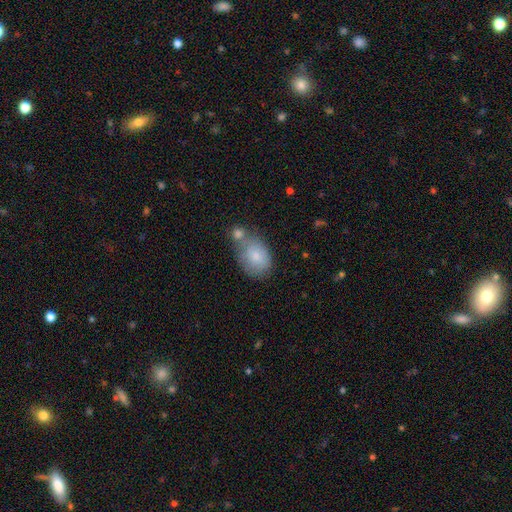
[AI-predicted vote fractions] Smooth or featured? Predicted: smooth (p=0.78). How rounded? Predicted: in between (p=0.75). Merging? Predicted: none (p=0.43).